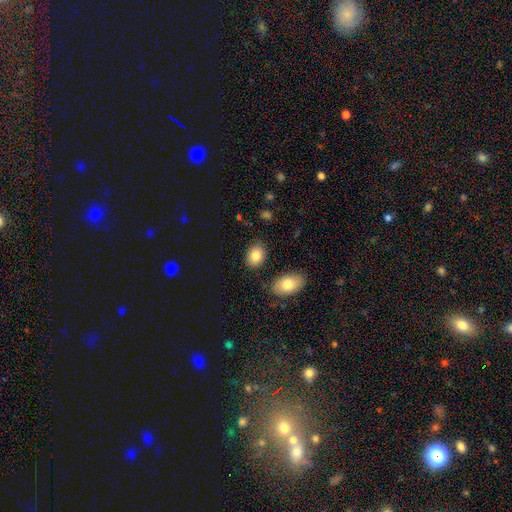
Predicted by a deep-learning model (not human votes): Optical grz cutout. It shows a smooth galaxy with no disk features (84%) that is in between round and cigar-shaped (72%). Merging: none (82%).